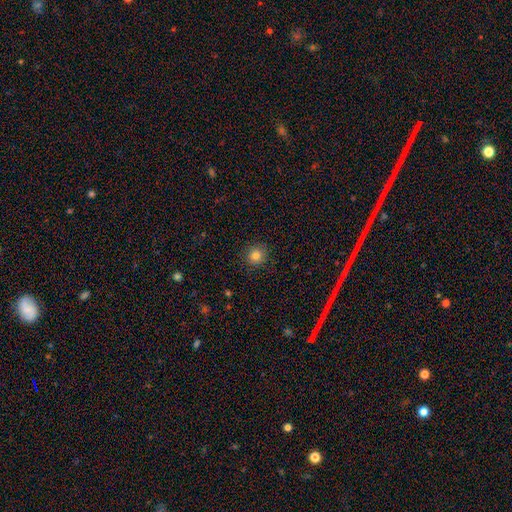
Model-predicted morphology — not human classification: This is clearly a smooth galaxy (83%). How rounded: clearly round (91%). Merging: clearly none (90%).